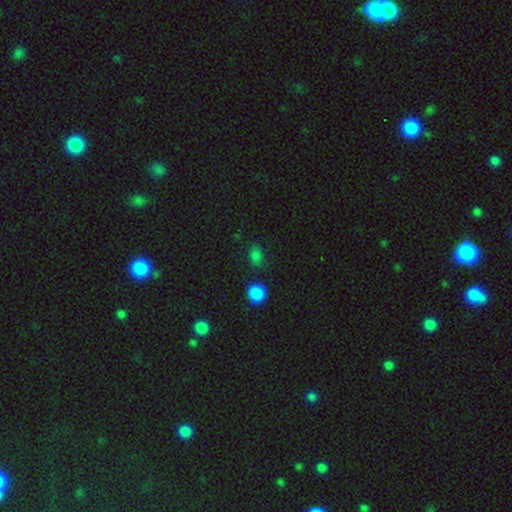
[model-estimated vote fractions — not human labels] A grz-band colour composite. It shows a smooth galaxy with no disk features (75%) that is in between round and cigar-shaped (54%). Merging: none (73%).